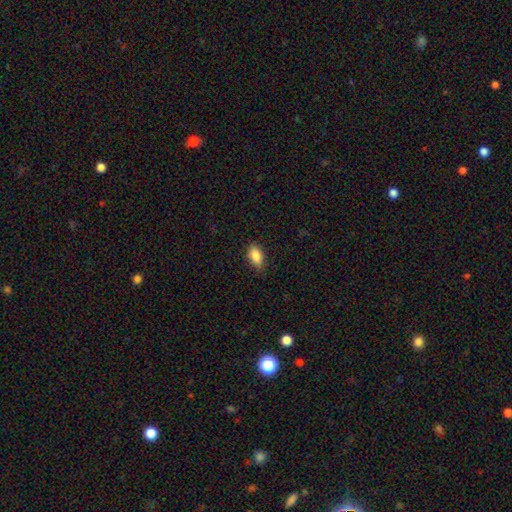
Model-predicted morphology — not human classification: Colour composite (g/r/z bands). It shows a smooth galaxy with no disk features (86%) that is in between round and cigar-shaped (90%). Merging: none (80%).